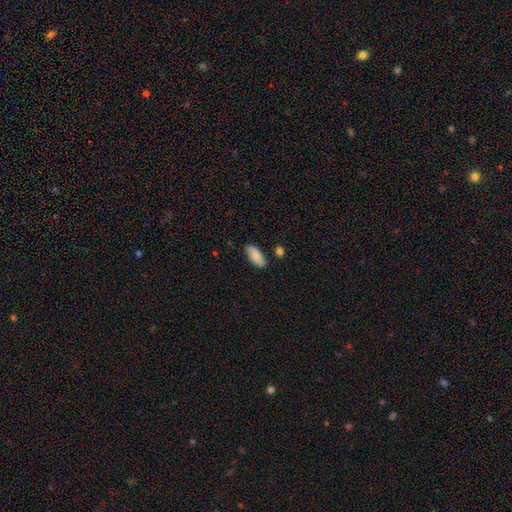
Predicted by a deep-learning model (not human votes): smooth 82%, featured or disk 12%, star or artifact 6%. Down the decision tree: how rounded — in between (87%); merging — none (79%).